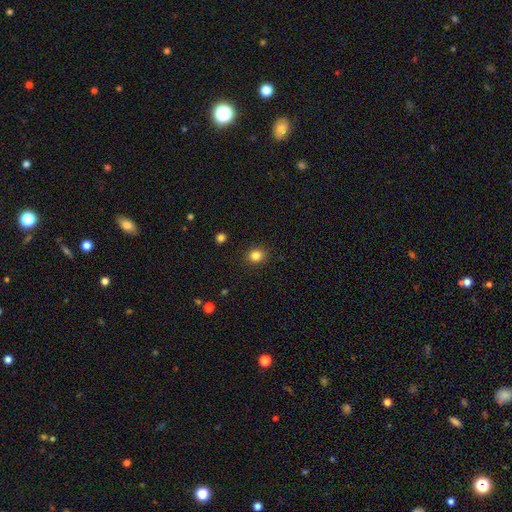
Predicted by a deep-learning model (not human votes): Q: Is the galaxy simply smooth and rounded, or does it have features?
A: smooth — 84%.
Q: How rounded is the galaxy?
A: round — 77%.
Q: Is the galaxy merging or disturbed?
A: none — 90%.